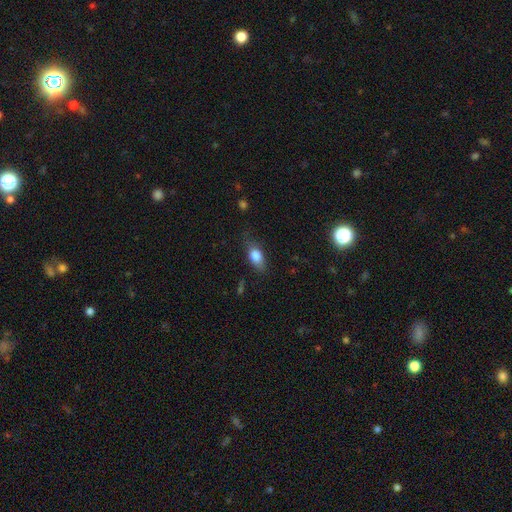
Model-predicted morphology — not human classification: This is clearly a smooth galaxy (80%). How rounded: clearly in between (82%). Merging: likely none (67%).